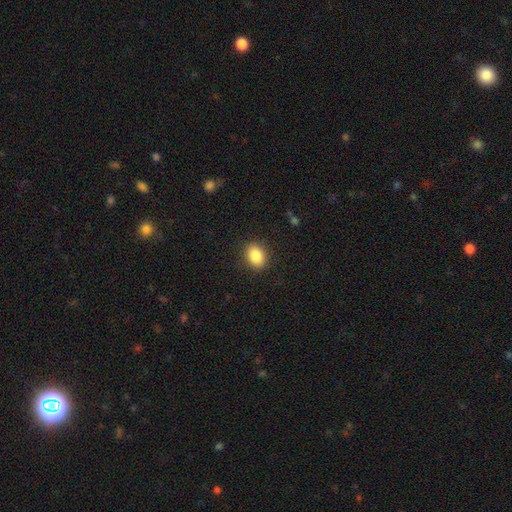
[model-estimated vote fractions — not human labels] A smooth galaxy with no disk features (87%) that is in between round and cigar-shaped (70%).

Vote fractions:
- Smooth or featured? smooth: 87% / star or artifact: 8% / featured or disk: 5%
- How rounded? in between: 70% / round: 28% / cigar-shaped: 1%
- Merging? none: 88% / minor disturbance: 8% / major disturbance: 3% / merger: 1%